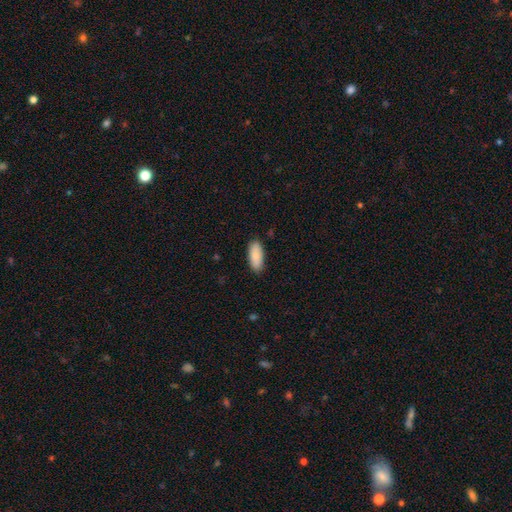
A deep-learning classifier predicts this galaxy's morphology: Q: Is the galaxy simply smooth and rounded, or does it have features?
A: smooth — 88%.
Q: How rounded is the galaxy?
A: in between — 83%.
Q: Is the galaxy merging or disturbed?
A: none — 88%.